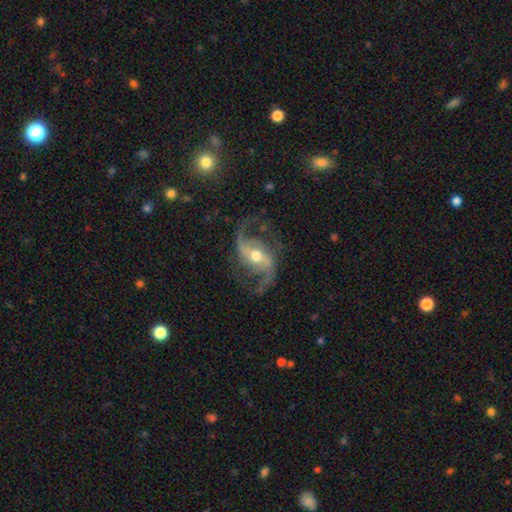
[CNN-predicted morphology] This is clearly a featured or disk galaxy (91%). It is clearly not viewed edge-on (97%). Bar: marginally weak (38%, tied with strong). Spiral arm pattern: clearly yes (98%). Spiral arm count: clearly 2 (93%). Spiral winding: possibly loose (55%). Central bulge: likely moderate (69%). Merging: likely none (78%).